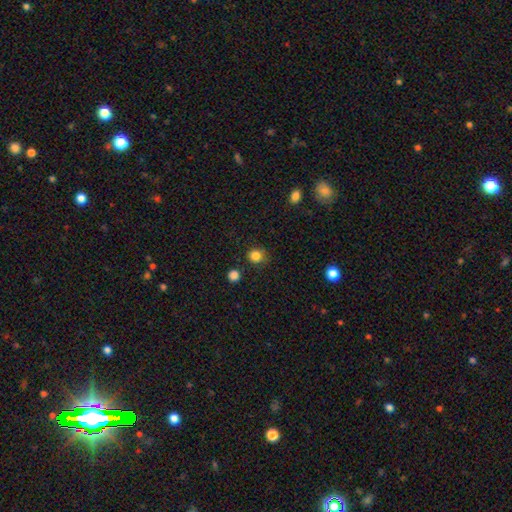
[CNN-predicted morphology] Smooth or featured?
  - smooth: 84% *
  - star or artifact: 12%
  - featured or disk: 4%
How rounded?
  - round: 88% *
  - in between: 12%
  - cigar-shaped: 1%
Merging?
  - none: 83% *
  - minor disturbance: 11%
  - major disturbance: 3%
  - merger: 3%